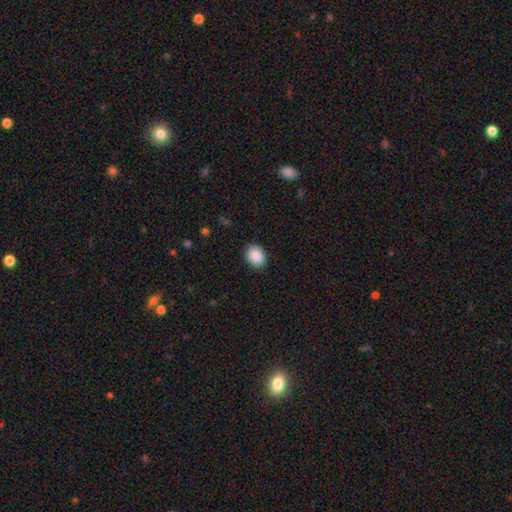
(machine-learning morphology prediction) smooth_or_featured: smooth (p=0.89) [alt: star or artifact p=0.07]
how_rounded: in between (p=0.59) [alt: round p=0.40]
merging: none (p=0.90) [alt: minor disturbance p=0.07]